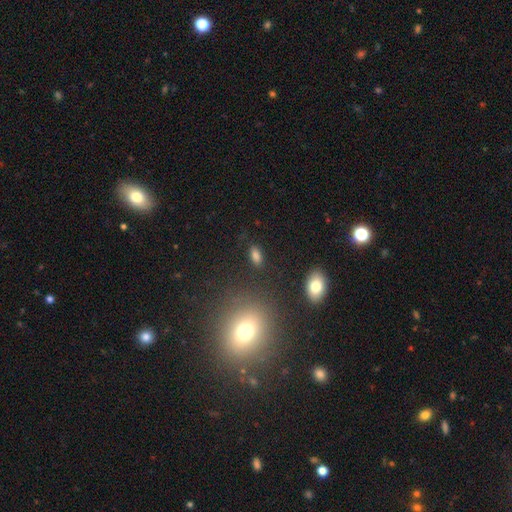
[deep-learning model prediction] Smooth or featured: smooth — 79% (star or artifact — 14%)
How rounded: in between — 85% (round — 8%)
Merging: none — 82% (minor disturbance — 11%)